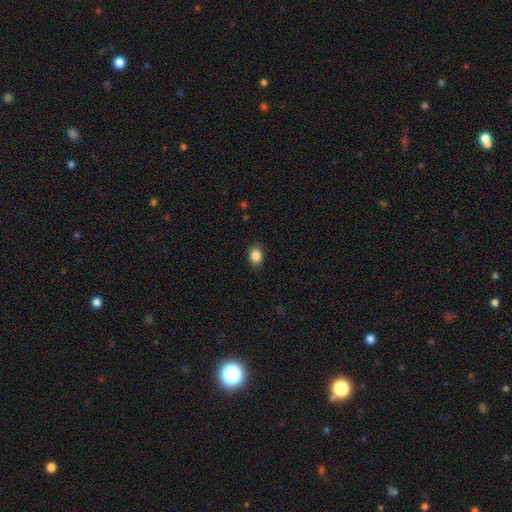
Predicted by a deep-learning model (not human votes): This appears to be a smooth galaxy with no disk features (86%) that is in between round and cigar-shaped (59%). Merging: none (88%).